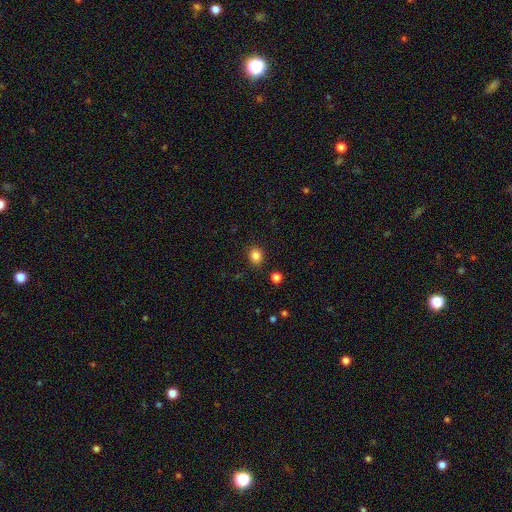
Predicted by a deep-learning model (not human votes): Q: Smooth or featured?
A: smooth (84%); runner-up: star or artifact (12%)
Q: How rounded?
A: round (65%); runner-up: in between (34%)
Q: Merging?
A: none (86%); runner-up: minor disturbance (9%)